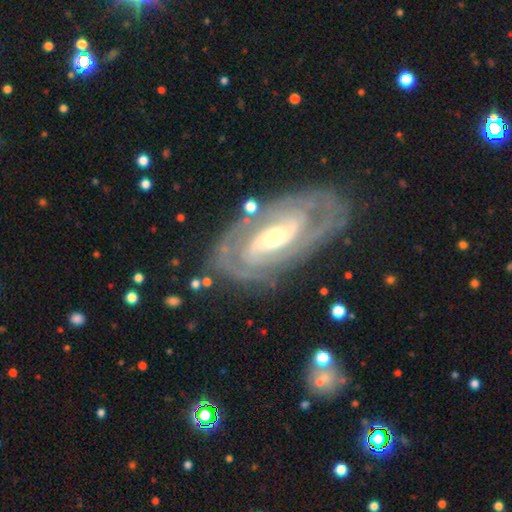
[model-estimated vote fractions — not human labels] Smooth or featured? featured or disk (84%)
Edge-on disk? no (92%)
Bar? weak (36%)
Spiral arms? yes (87%)
Spiral winding? tight (64%)
Spiral arm count? 2 (49%)
Bulge size? moderate (51%)
Merging? none (78%)